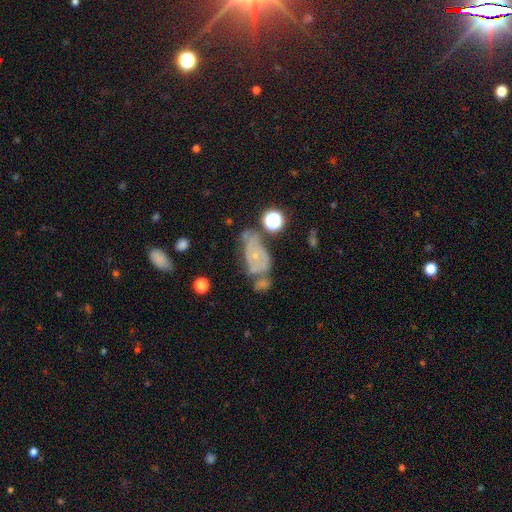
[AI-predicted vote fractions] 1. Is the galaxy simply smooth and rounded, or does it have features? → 54% featured or disk, 29% smooth, 18% star or artifact.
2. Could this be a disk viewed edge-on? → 92% no, 8% yes.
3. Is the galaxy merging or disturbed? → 43% none, 22% minor disturbance, 21% merger, 14% major disturbance.